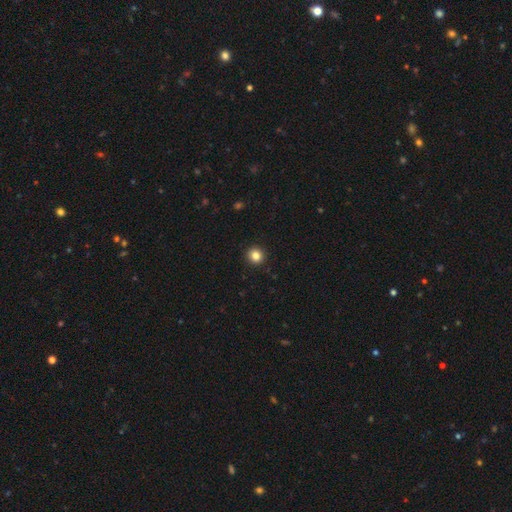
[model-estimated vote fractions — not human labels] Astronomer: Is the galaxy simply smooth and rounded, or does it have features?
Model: smooth — 84%.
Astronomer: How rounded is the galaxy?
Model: round — 93%.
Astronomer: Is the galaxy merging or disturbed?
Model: none — 93%.